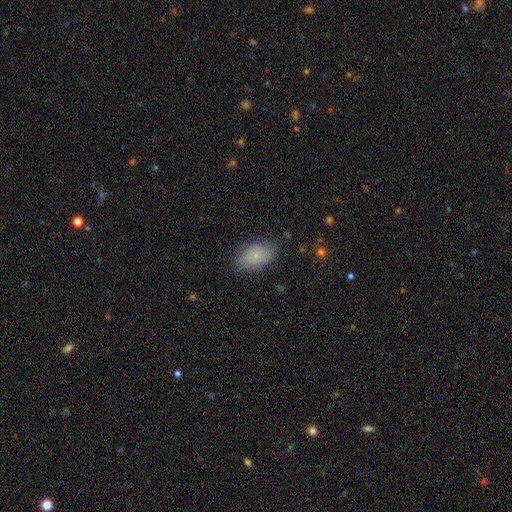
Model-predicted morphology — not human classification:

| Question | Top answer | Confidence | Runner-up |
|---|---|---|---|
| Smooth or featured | smooth | 77% | featured or disk (15%) |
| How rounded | in between | 92% | round (6%) |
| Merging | none | 78% | minor disturbance (17%) |